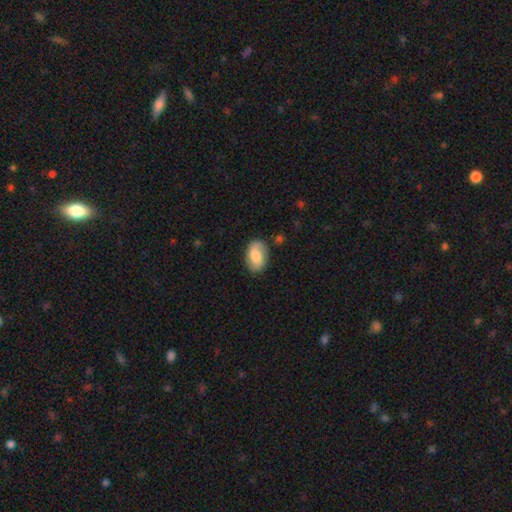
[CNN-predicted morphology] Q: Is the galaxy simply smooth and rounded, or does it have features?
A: smooth — 60%.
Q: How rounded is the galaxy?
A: in between — 88%.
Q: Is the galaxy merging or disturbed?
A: none — 78%.